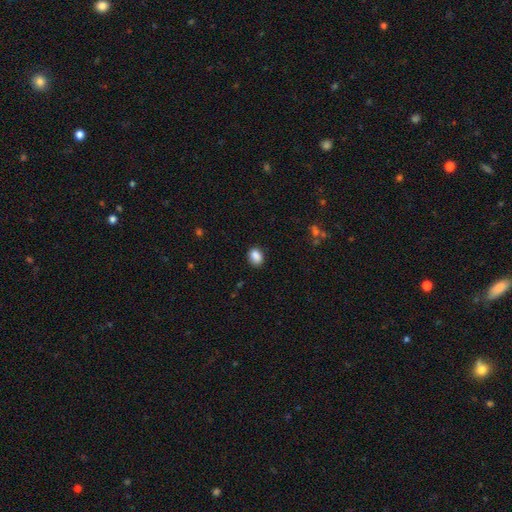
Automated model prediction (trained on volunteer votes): Smooth or featured: smooth — 88% (star or artifact — 9%)
How rounded: in between — 65% (round — 34%)
Merging: none — 83% (minor disturbance — 13%)